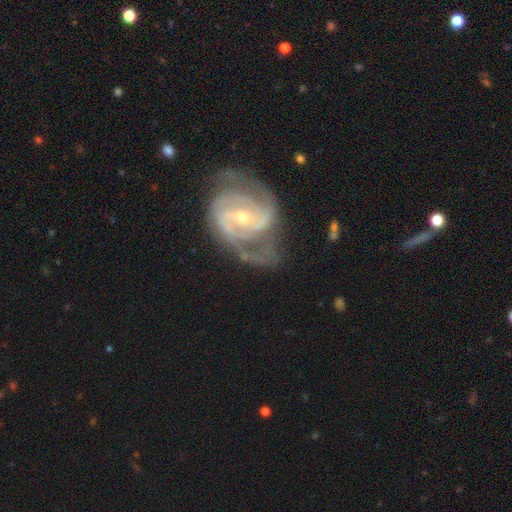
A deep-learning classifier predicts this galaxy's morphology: This is clearly a featured or disk galaxy (89%). It is clearly not viewed edge-on (97%). Bar: marginally weak (42%). Spiral arm pattern: clearly yes (97%). Spiral arm count: possibly 2 (59%). Spiral winding: possibly tight (49%). Central bulge: possibly small (58%). Merging: likely none (64%).